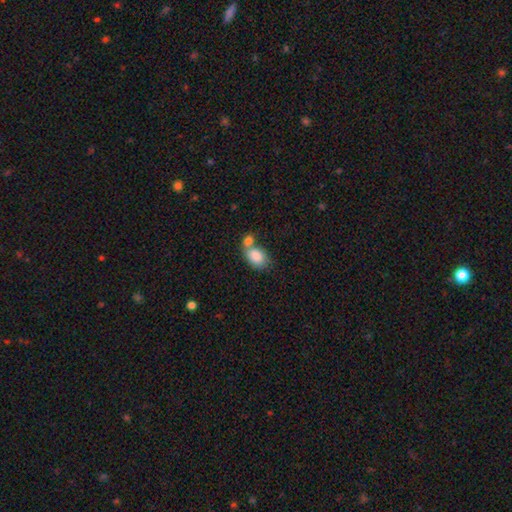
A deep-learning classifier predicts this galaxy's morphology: This is clearly a smooth galaxy (83%). How rounded: clearly in between (81%). Merging: possibly merger (54%).